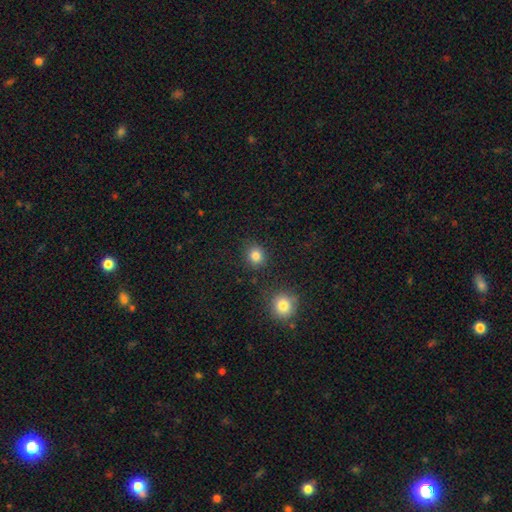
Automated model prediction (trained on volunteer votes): Morphology: type=smooth (83%); roundness=round (83%); merging=none (85%).